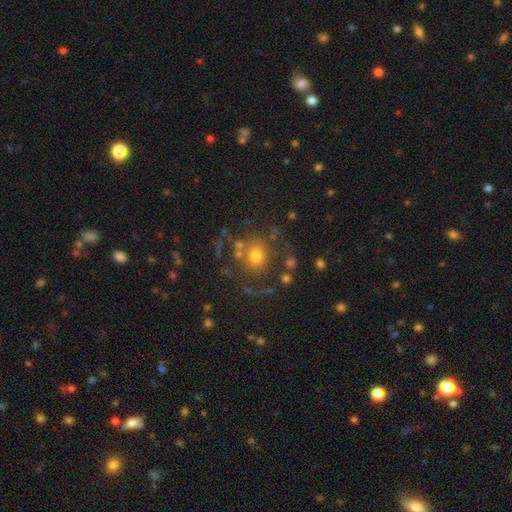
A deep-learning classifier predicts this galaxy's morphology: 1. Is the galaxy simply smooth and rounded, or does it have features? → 64% smooth, 18% star or artifact, 17% featured or disk.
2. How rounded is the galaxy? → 78% round, 21% in between, 1% cigar-shaped.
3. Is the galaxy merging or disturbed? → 72% none, 13% minor disturbance, 8% major disturbance, 7% merger.